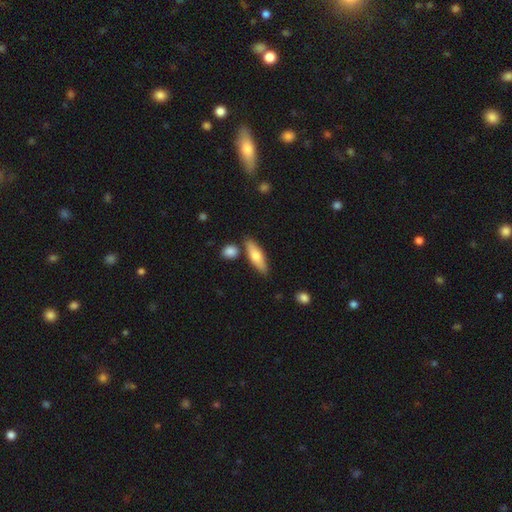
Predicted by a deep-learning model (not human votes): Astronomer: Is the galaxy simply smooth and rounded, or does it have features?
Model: smooth — 66%.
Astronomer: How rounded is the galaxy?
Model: cigar-shaped — 49% (runner-up: in between, 48%).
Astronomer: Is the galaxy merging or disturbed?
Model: none — 78%.